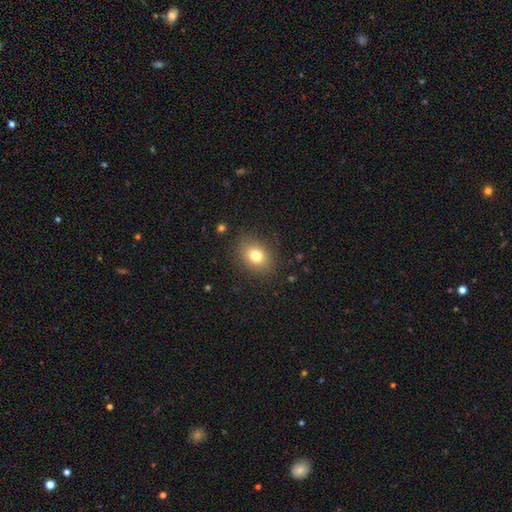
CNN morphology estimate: Smooth or featured? Predicted: smooth (p=0.77). How rounded? Predicted: in between (p=0.57). Merging? Predicted: none (p=0.87).